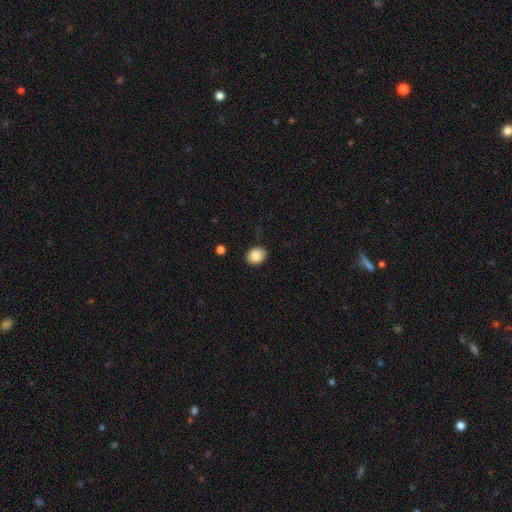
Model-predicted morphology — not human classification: smooth 86%, star or artifact 8%, featured or disk 5%. Down the decision tree: how rounded — in between (53%); merging — none (86%).